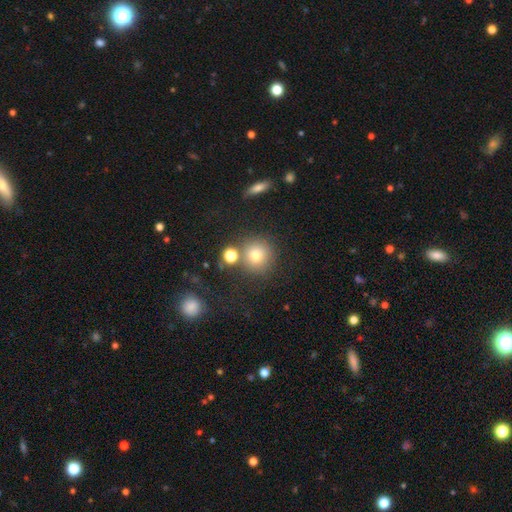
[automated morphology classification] Smooth or featured? smooth (76%)
How rounded? round (92%)
Merging? none (72%)